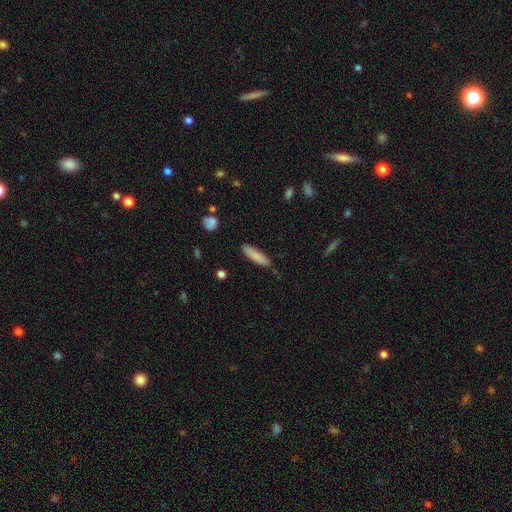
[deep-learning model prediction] Overall: smooth (85%). How rounded: cigar-shaped (73%). Merging: none (86%).